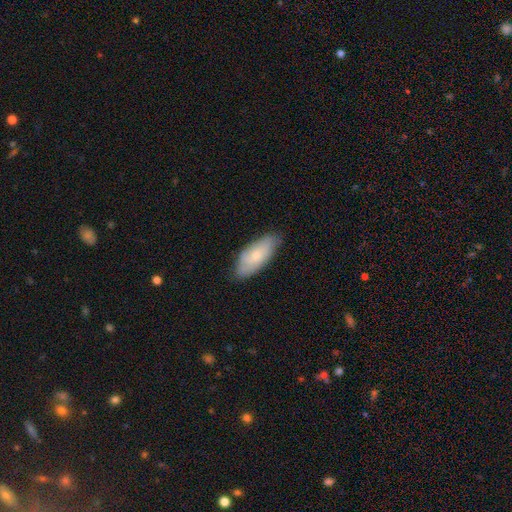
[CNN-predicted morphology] smooth_or_featured: smooth (p=0.66) [alt: featured or disk p=0.28]
how_rounded: in between (p=0.83) [alt: cigar-shaped p=0.15]
merging: none (p=0.76) [alt: minor disturbance p=0.19]